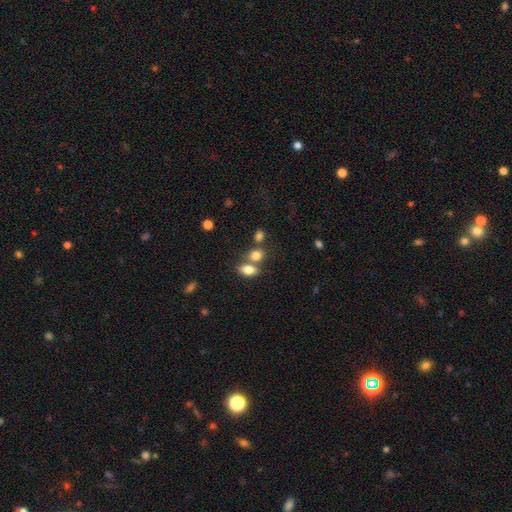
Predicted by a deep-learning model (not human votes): A smooth galaxy with no disk features (80%) that is in between round and cigar-shaped (68%). Merging: none (45%).